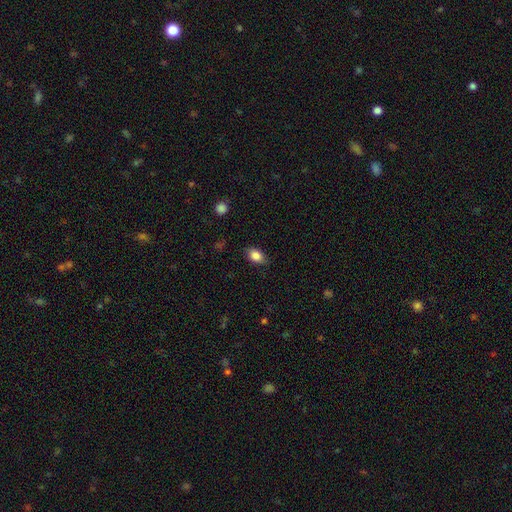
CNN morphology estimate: Smooth or featured: smooth — 86% (star or artifact — 9%)
How rounded: in between — 81% (round — 17%)
Merging: none — 82% (minor disturbance — 14%)